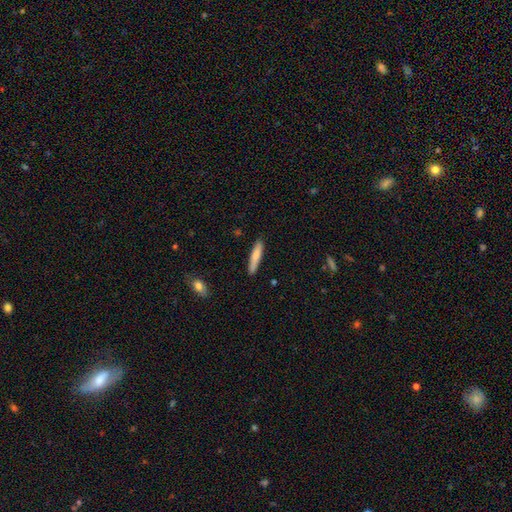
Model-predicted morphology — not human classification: Overall: smooth (77%). How rounded: cigar-shaped (90%). Merging: none (87%).